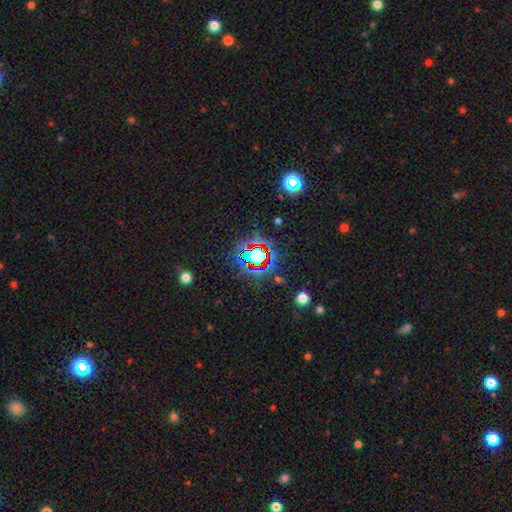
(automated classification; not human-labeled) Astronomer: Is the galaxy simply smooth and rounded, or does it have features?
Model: star or artifact — 70%.